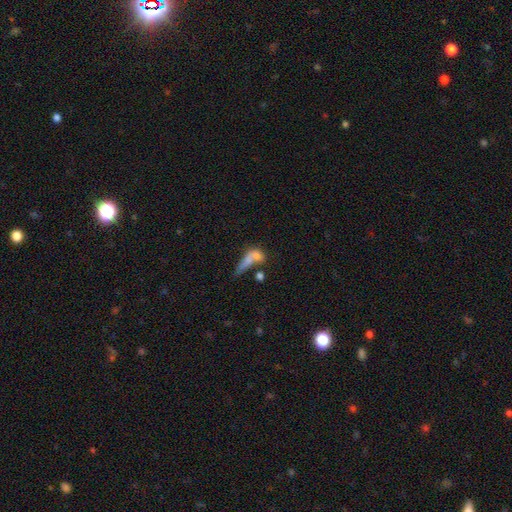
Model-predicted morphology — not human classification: type=smooth (64%); roundness=in between (53%); merging=merger (47%).